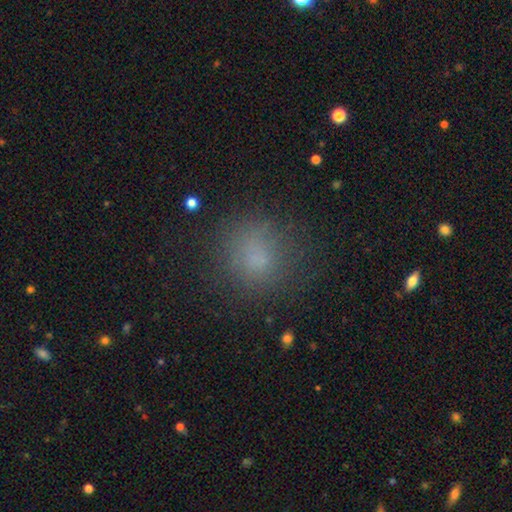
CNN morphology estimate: This appears to be a smooth galaxy with no disk features (74%) that is round (83%). Merging: none (75%).